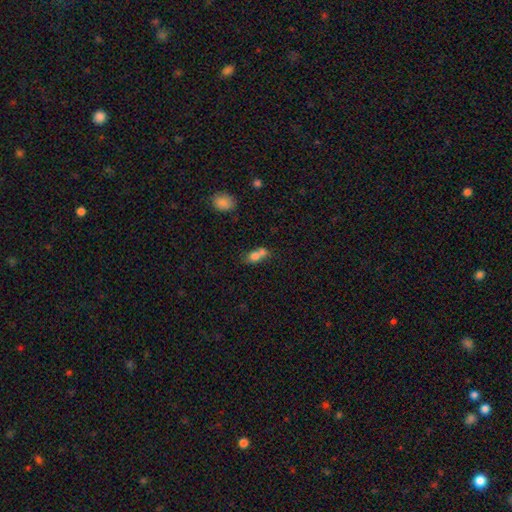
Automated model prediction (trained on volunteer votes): A smooth galaxy with no disk features (73%) that is in between round and cigar-shaped (61%). Merging: merger (60%).